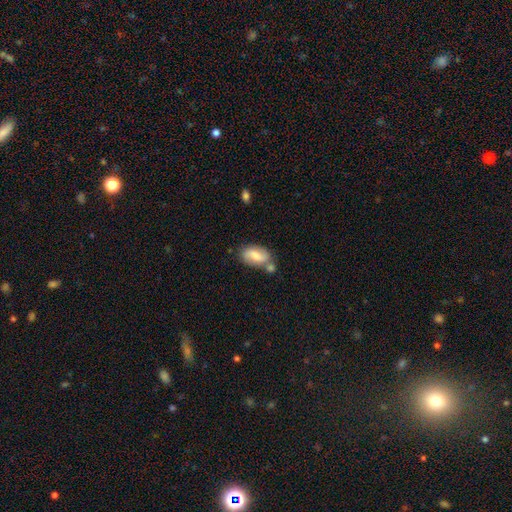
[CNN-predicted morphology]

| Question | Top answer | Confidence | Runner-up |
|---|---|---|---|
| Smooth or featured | smooth | 51% | featured or disk (42%) |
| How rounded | in between | 90% | round (6%) |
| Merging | none | 55% | merger (22%) |